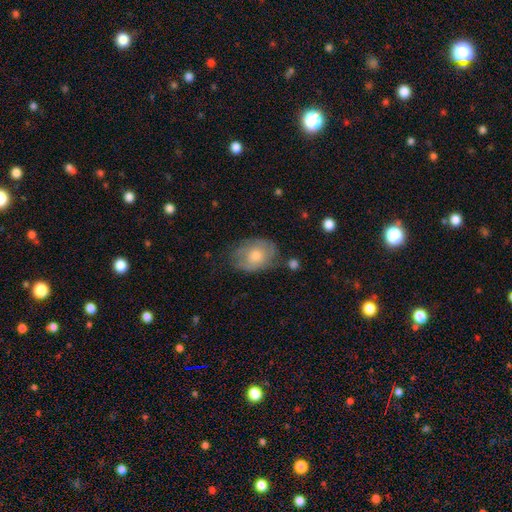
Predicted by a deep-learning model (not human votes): A smooth galaxy with no disk features (52%) that is in between round and cigar-shaped (73%).

Vote fractions:
- Smooth or featured? smooth: 52% / featured or disk: 40% / star or artifact: 7%
- How rounded? in between: 73% / round: 25% / cigar-shaped: 1%
- Merging? none: 63% / minor disturbance: 26% / major disturbance: 8% / merger: 3%